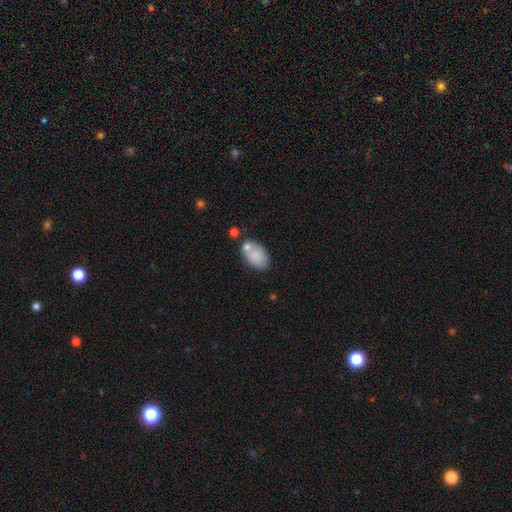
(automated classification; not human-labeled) The model was most divided on "merging": none: 57%, merger: 19%, minor disturbance: 18%, major disturbance: 5%. More confident: how rounded — in between (90%); smooth or featured — smooth (79%).